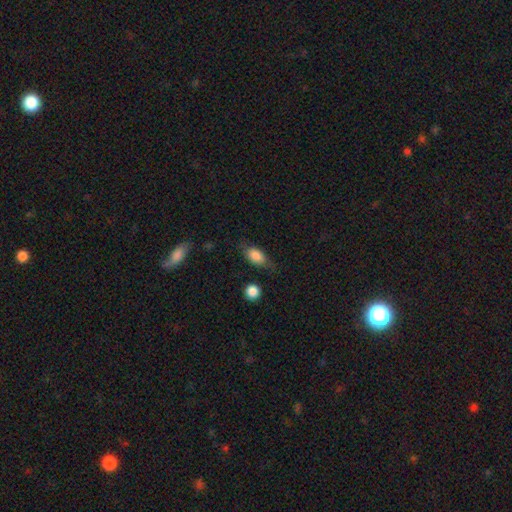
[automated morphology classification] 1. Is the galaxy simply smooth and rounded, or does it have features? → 80% smooth, 12% featured or disk, 7% star or artifact.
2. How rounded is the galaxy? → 83% in between, 9% round, 8% cigar-shaped.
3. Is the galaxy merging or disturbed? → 66% none, 23% minor disturbance, 8% major disturbance, 3% merger.